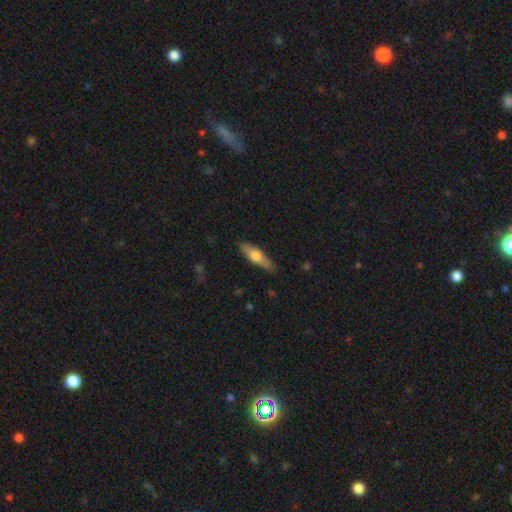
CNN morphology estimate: A smooth galaxy with no disk features (57%) that is cigar-shaped (57%). Merging: none (81%).